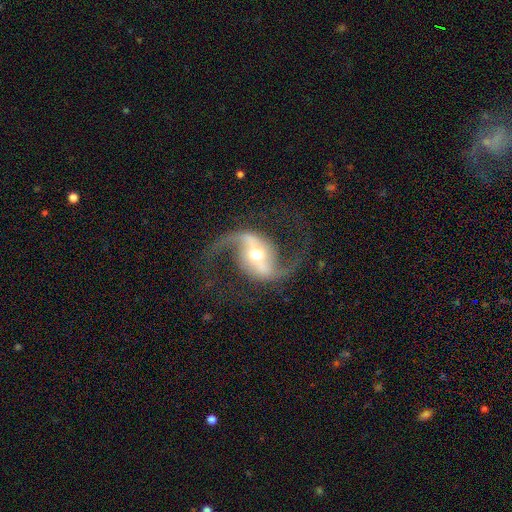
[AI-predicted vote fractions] Smooth or featured?
  - featured or disk: 93% *
  - star or artifact: 5%
  - smooth: 3%
Edge-on disk?
  - no: 98% *
  - yes: 2%
Bar?
  - strong: 51% *
  - weak: 30%
  - no: 19%
Spiral arms?
  - yes: 98% *
  - no: 2%
Spiral winding?
  - loose: 52% *
  - medium: 42%
  - tight: 7%
Spiral arm count?
  - 2: 95% *
  - 1: 1%
  - can't tell: 1%
  - 3: 1%
  - 4: 1%
  - more than 4: 1%
Bulge size?
  - moderate: 62% *
  - small: 30%
  - large: 6%
  - dominant: 1%
  - none: 1%
Merging?
  - none: 81% *
  - minor disturbance: 11%
  - major disturbance: 7%
  - merger: 1%